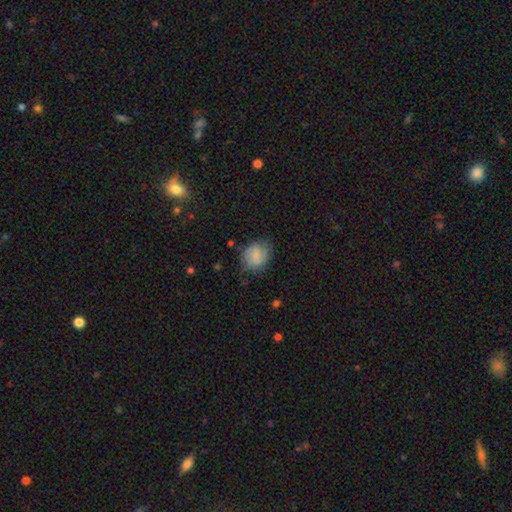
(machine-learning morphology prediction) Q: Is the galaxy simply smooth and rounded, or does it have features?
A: smooth — 72%.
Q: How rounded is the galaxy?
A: round — 58%.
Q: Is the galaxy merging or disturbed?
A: none — 69%.